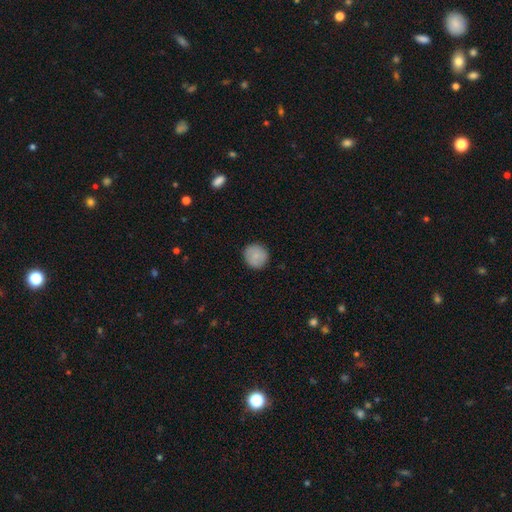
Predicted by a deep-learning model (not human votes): This is clearly a smooth galaxy (83%). How rounded: clearly round (92%). Merging: clearly none (90%).